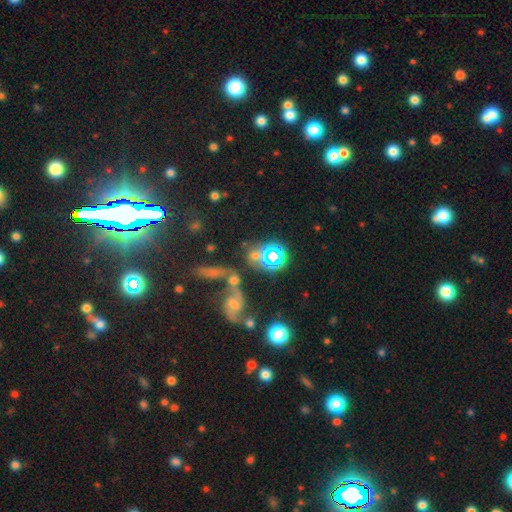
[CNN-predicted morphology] smooth_or_featured: star or artifact (p=0.41) [alt: smooth p=0.39]